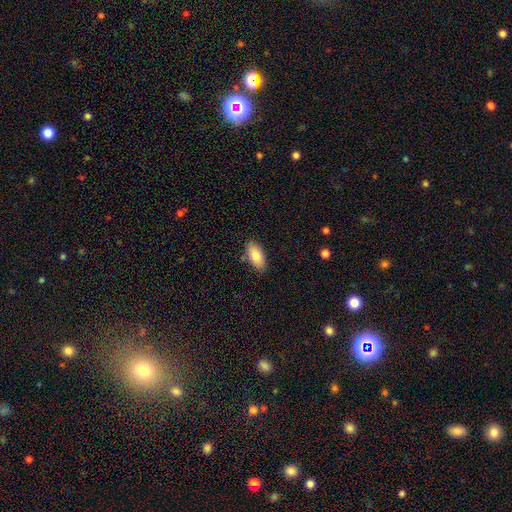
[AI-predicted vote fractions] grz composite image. It shows a smooth galaxy with no disk features (83%) that is in between round and cigar-shaped (89%). Merging: none (84%).